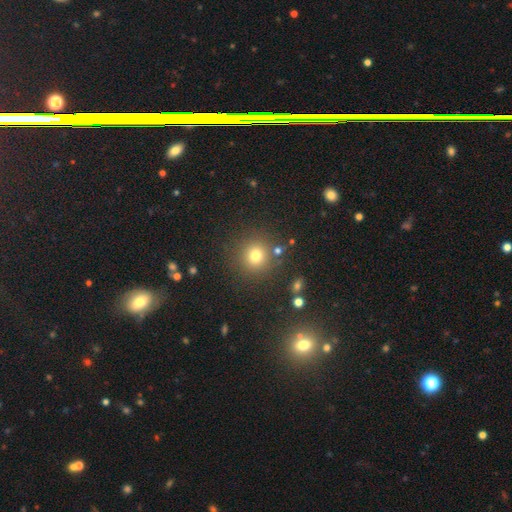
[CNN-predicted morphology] The model was most divided on "smooth or featured": smooth: 76%, star or artifact: 17%, featured or disk: 7%. More confident: how rounded — round (93%); merging — none (85%).